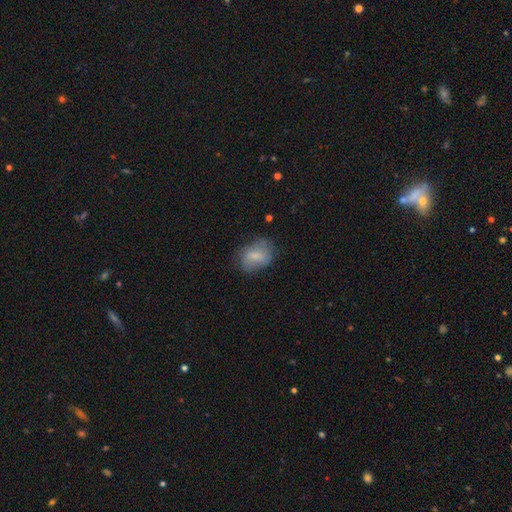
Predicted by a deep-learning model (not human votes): A smooth galaxy with no disk features (69%) that is in between round and cigar-shaped (74%).

Vote fractions:
- Smooth or featured? smooth: 69% / featured or disk: 24% / star or artifact: 8%
- How rounded? in between: 74% / round: 25% / cigar-shaped: 1%
- Merging? none: 60% / minor disturbance: 27% / major disturbance: 11% / merger: 1%